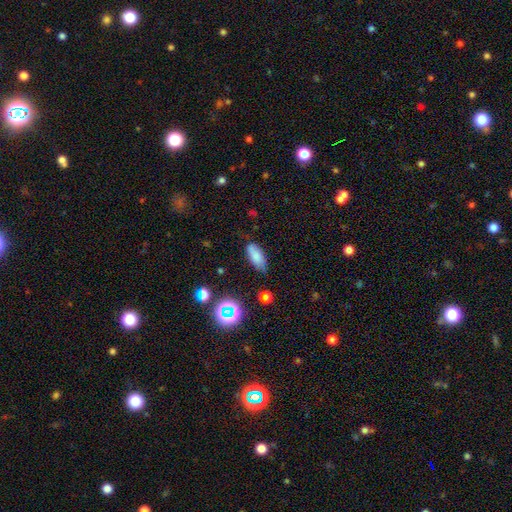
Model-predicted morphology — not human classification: smooth_or_featured: smooth (p=0.78) [alt: star or artifact p=0.12]
how_rounded: in between (p=0.79) [alt: cigar-shaped p=0.17]
merging: none (p=0.71) [alt: minor disturbance p=0.22]